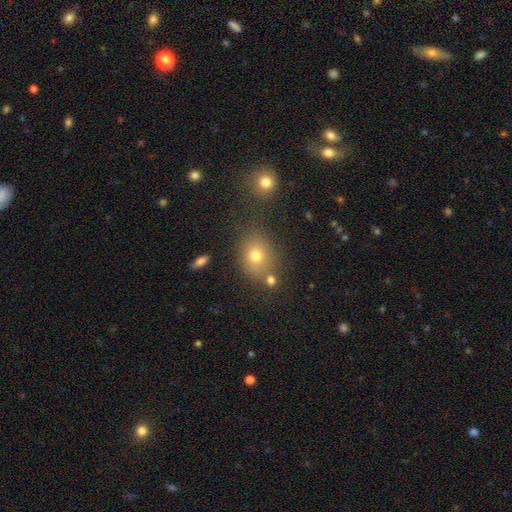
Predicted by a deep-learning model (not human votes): Overall: smooth (72%). How rounded: round (59%; in between 40%). Merging: none (73%).